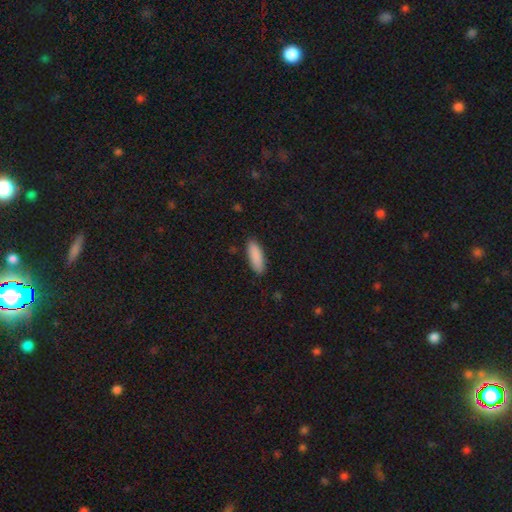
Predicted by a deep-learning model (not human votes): Smooth or featured: smooth — 89% (star or artifact — 6%)
How rounded: in between — 59% (cigar-shaped — 39%)
Merging: none — 86% (minor disturbance — 11%)